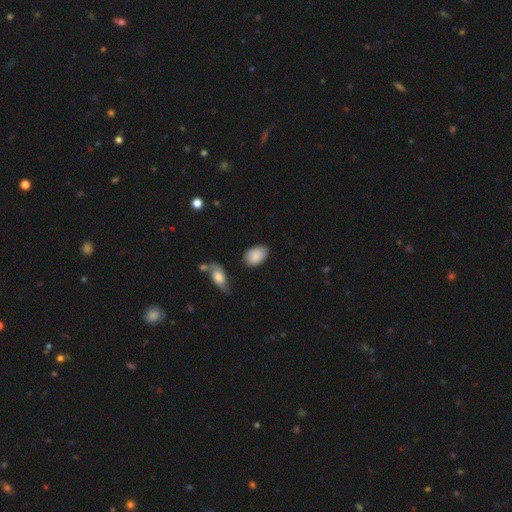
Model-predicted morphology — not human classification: type=smooth (81%); roundness=in between (88%); merging=none (69%).